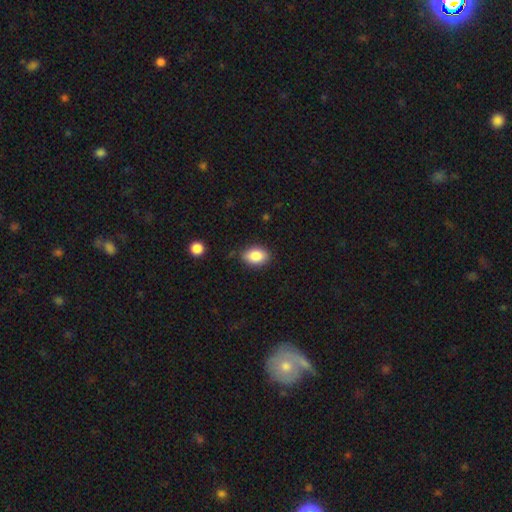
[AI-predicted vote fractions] Overall: smooth (86%). How rounded: in between (84%). Merging: none (81%).